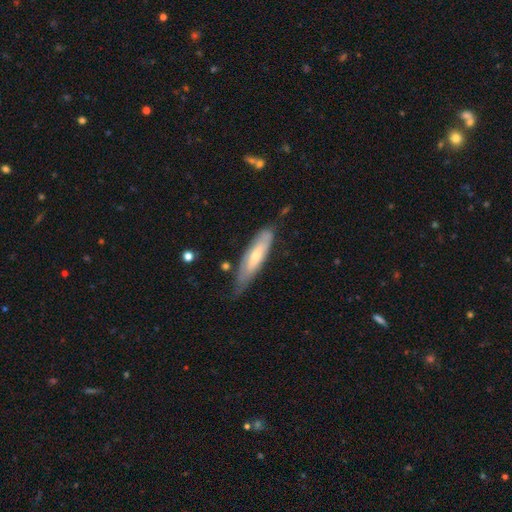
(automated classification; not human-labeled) This appears to be a featured or disk galaxy (48%). Merging: none (57%).